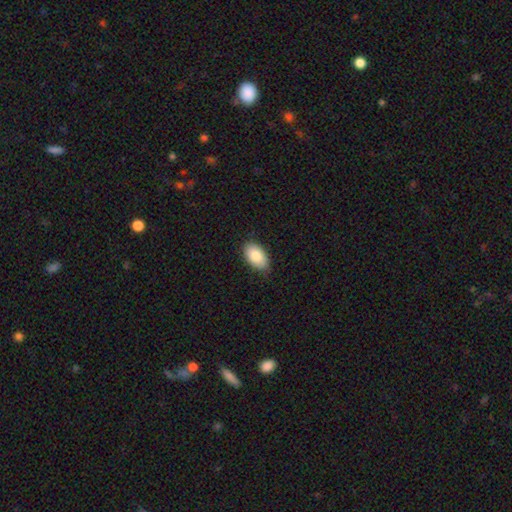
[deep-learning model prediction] This is clearly a smooth galaxy (86%). How rounded: clearly in between (94%). Merging: clearly none (83%).